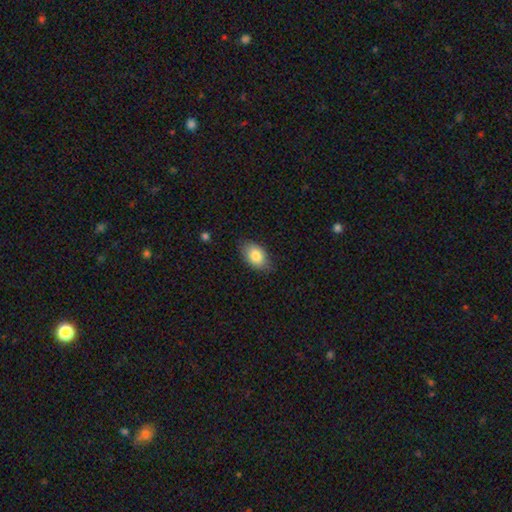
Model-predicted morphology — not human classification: This appears to be a smooth galaxy with no disk features (83%) that is in between round and cigar-shaped (88%). Merging: none (77%).